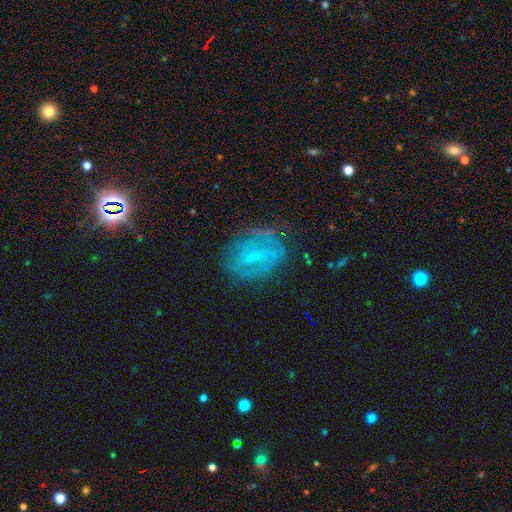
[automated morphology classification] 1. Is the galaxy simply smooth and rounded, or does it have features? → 64% featured or disk, 24% smooth, 13% star or artifact.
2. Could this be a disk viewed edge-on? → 95% no, 5% yes.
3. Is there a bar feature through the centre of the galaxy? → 50% weak, 27% no, 23% strong.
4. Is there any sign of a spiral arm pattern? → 61% yes, 39% no.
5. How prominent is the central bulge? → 60% small, 20% moderate, 18% none, 1% large, 1% dominant.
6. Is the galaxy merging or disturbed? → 65% none, 21% minor disturbance, 12% major disturbance, 2% merger.